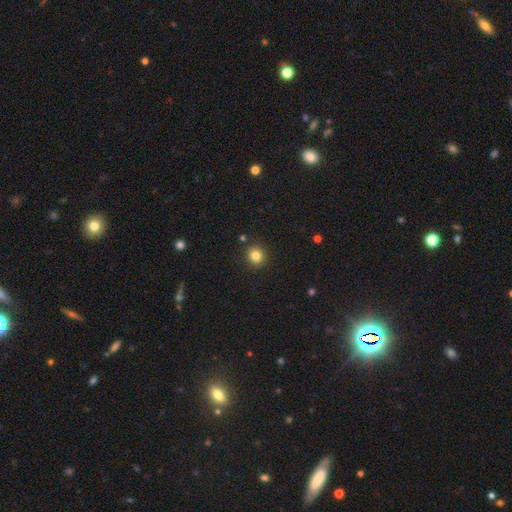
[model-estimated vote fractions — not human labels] Q: Smooth or featured?
A: smooth (83%); runner-up: star or artifact (12%)
Q: How rounded?
A: round (88%); runner-up: in between (11%)
Q: Merging?
A: none (89%); runner-up: minor disturbance (6%)